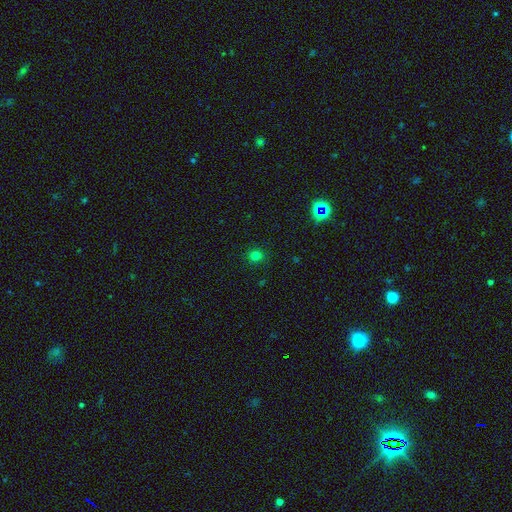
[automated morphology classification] Smooth or featured: smooth — 76% (star or artifact — 19%)
How rounded: round — 86% (in between — 13%)
Merging: none — 90% (minor disturbance — 7%)